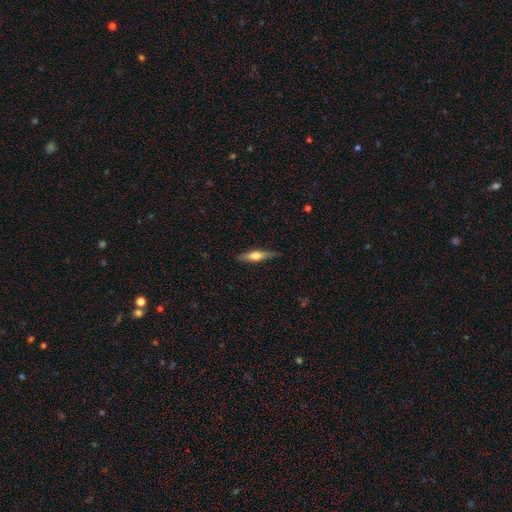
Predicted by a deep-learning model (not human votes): smooth-or-featured: featured or disk: 49% | smooth: 45% | star or artifact: 6%
  merging: none: 84% | minor disturbance: 13% | major disturbance: 2% | merger: 1%